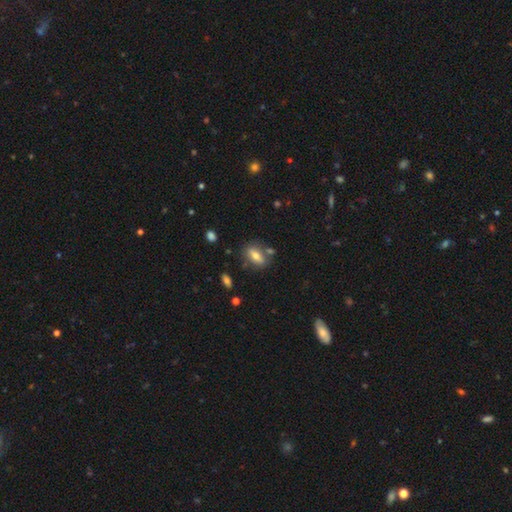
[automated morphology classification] Smooth or featured?
  - smooth: 69% *
  - featured or disk: 22%
  - star or artifact: 9%
How rounded?
  - in between: 79% *
  - cigar-shaped: 11%
  - round: 10%
Merging?
  - none: 71% *
  - minor disturbance: 14%
  - merger: 11%
  - major disturbance: 4%